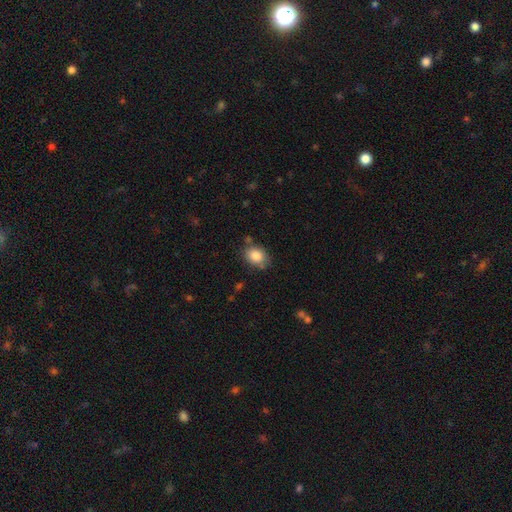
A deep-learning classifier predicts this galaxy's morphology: type=smooth (85%); roundness=in between (61%); merging=none (74%).